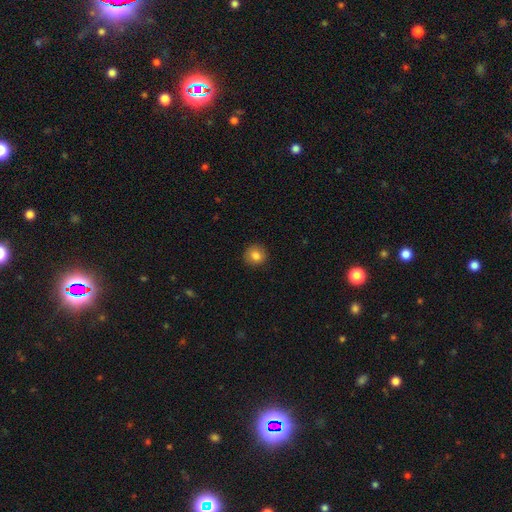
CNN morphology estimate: Smooth or featured? Predicted: smooth (p=0.83). How rounded? Predicted: round (p=0.91). Merging? Predicted: none (p=0.90).